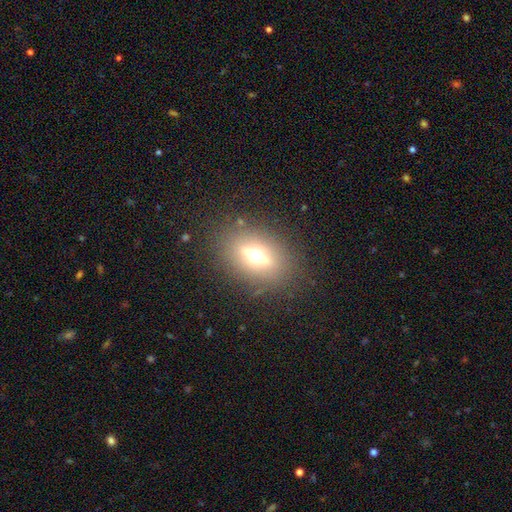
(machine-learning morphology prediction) A featured or disk galaxy (54%) viewed edge-on (70%). Merging: none (81%).